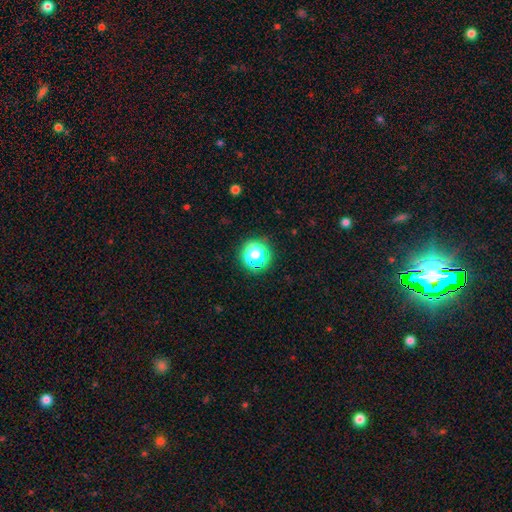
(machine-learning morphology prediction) Overall: smooth (52%; star or artifact 39%). How rounded: round (89%). Merging: none (79%).